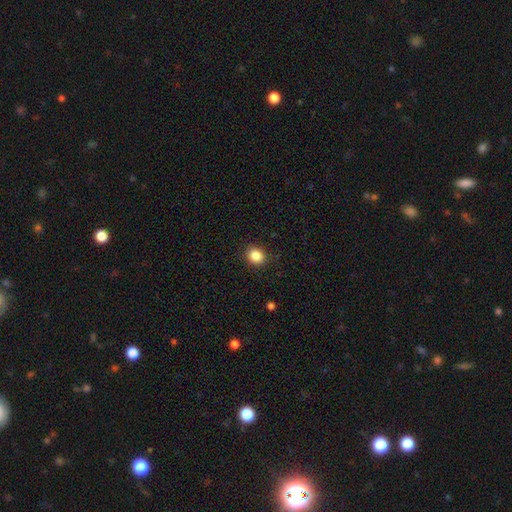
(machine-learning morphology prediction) Smooth or featured: smooth — 87% (star or artifact — 10%)
How rounded: round — 62% (in between — 37%)
Merging: none — 89% (minor disturbance — 8%)